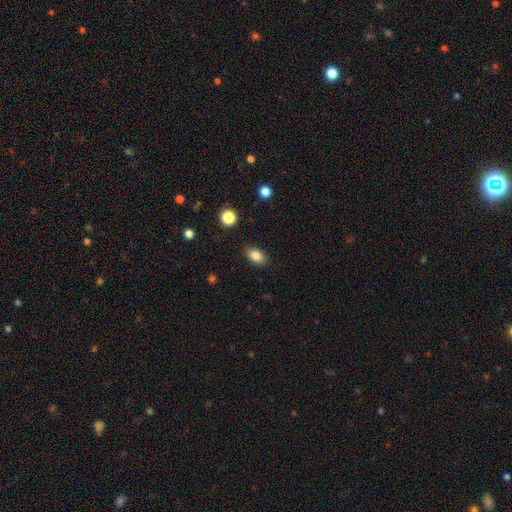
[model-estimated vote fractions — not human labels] The model was most divided on "how rounded": in between: 85%, round: 13%, cigar-shaped: 2%. More confident: merging — none (87%); smooth or featured — smooth (84%).